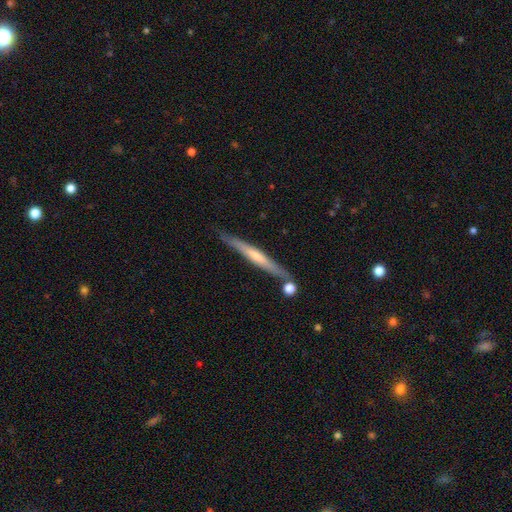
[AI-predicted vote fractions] A featured or disk galaxy (73%) viewed edge-on (97%) with a rounded central bulge (70%).

Vote fractions:
- Smooth or featured? featured or disk: 73% / smooth: 20% / star or artifact: 6%
- Edge-on disk? yes: 97% / no: 3%
- Edge-on bulge? rounded: 70% / none: 22% / boxy: 9%
- Merging? none: 85% / minor disturbance: 9% / merger: 4% / major disturbance: 2%